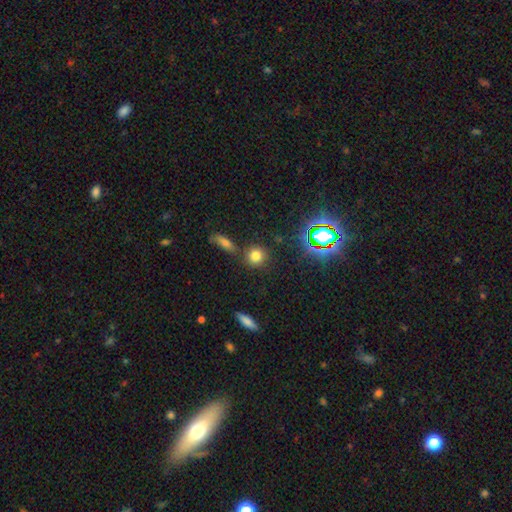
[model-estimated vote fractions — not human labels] smooth 74%, star or artifact 19%, featured or disk 7%. Down the decision tree: how rounded — round (88%); merging — none (80%).